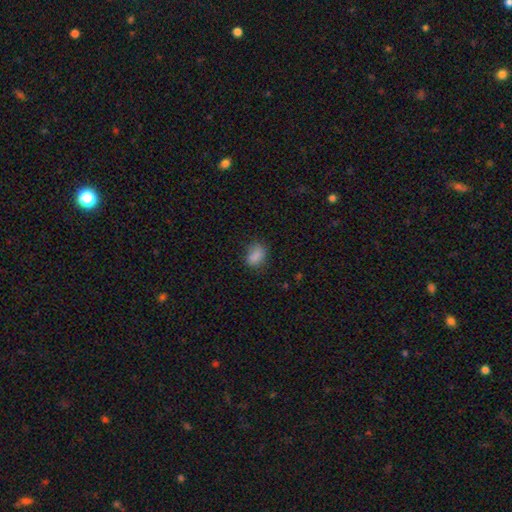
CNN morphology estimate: This is clearly a smooth galaxy (84%). How rounded: likely in between (76%). Merging: likely none (75%).